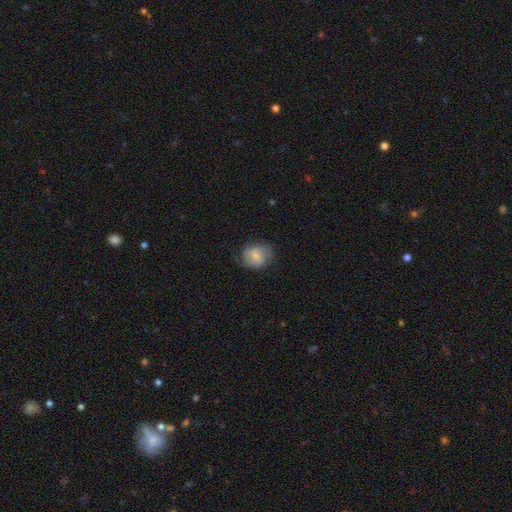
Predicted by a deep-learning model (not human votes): A smooth galaxy with no disk features (61%) that is round (72%). Merging: none (65%).